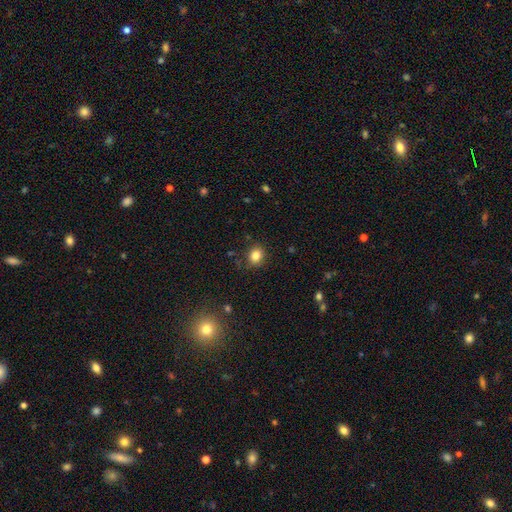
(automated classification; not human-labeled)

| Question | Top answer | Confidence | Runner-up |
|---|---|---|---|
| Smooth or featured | smooth | 84% | star or artifact (11%) |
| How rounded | round | 62% | in between (37%) |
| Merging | none | 84% | minor disturbance (11%) |